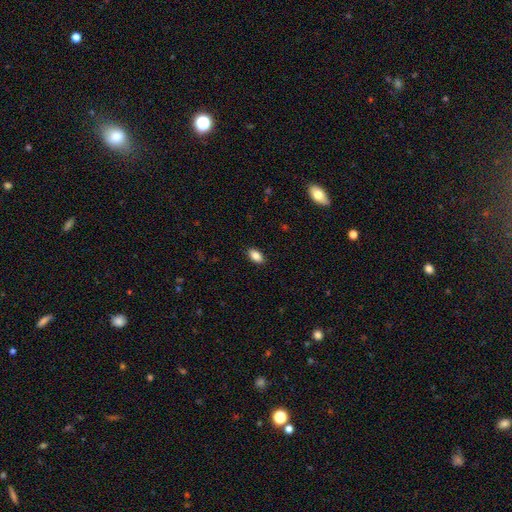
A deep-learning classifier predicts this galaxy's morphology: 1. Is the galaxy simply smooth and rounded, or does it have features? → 86% smooth, 8% star or artifact, 6% featured or disk.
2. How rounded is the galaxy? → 92% in between, 5% round, 3% cigar-shaped.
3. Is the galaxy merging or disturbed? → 89% none, 8% minor disturbance, 2% major disturbance, 1% merger.